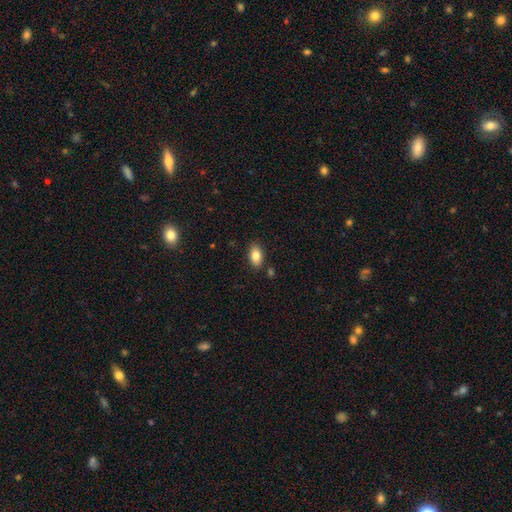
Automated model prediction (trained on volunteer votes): Overall: smooth (83%). How rounded: in between (91%). Merging: none (85%).